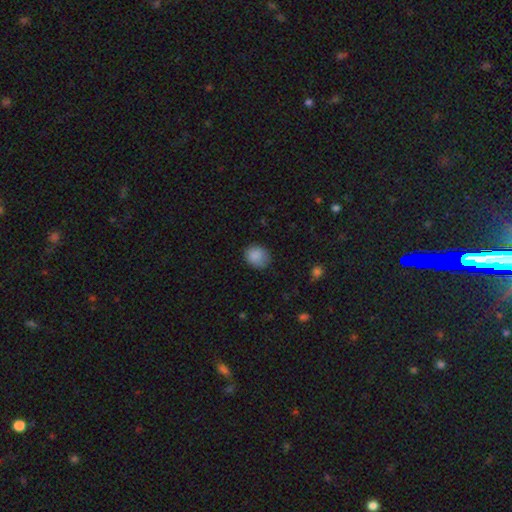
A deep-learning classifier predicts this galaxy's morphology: Smooth or featured?
  - smooth: 87% *
  - star or artifact: 9%
  - featured or disk: 4%
How rounded?
  - round: 64% *
  - in between: 35%
  - cigar-shaped: 1%
Merging?
  - none: 78% *
  - minor disturbance: 17%
  - major disturbance: 3%
  - merger: 1%